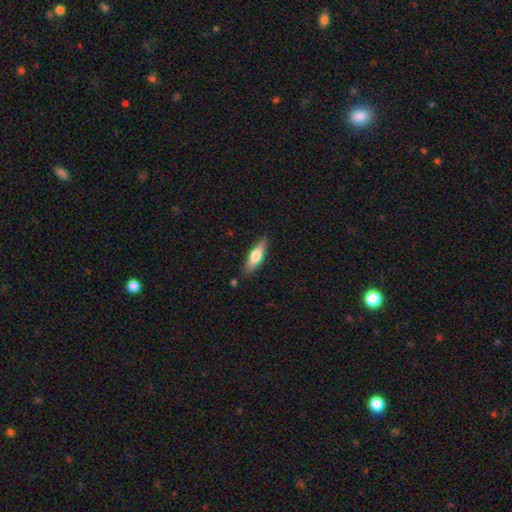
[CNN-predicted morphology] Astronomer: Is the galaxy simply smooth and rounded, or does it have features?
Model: smooth — 65%.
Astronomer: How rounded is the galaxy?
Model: cigar-shaped — 54% (runner-up: in between, 44%).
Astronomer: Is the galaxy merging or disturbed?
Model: none — 85%.